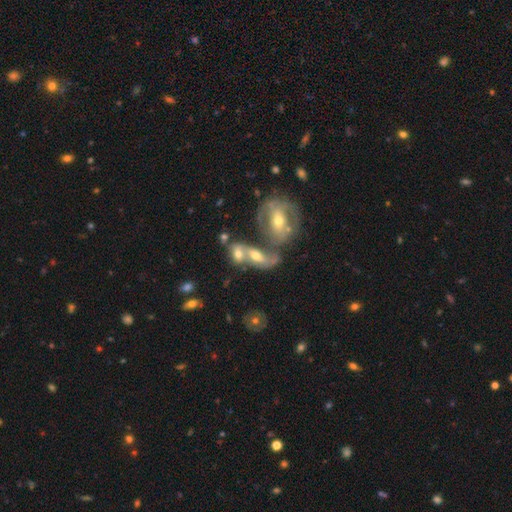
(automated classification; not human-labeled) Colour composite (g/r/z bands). It shows a featured or disk galaxy (59%) with no bar (56%), spiral arms (54%) and a moderate central bulge (59%). Merging: merger (61%).